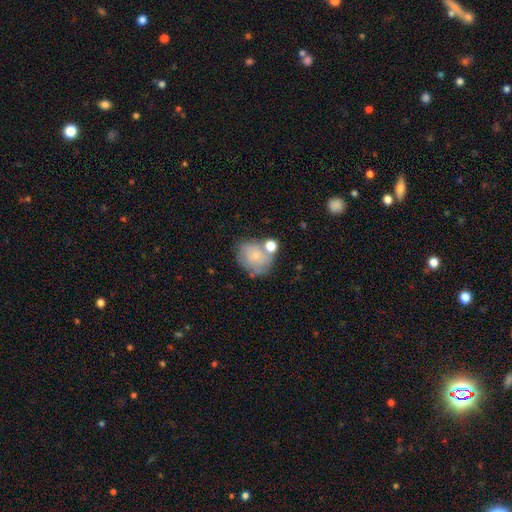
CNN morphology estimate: Smooth or featured? Predicted: smooth (p=0.61). How rounded? Predicted: round (p=0.68). Merging? Predicted: none (p=0.49).